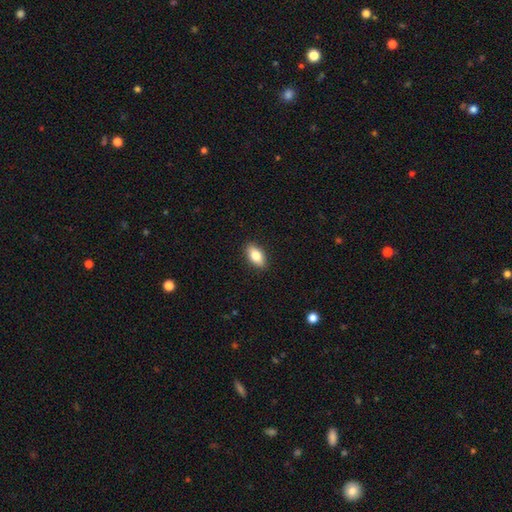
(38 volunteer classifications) Smooth or featured? smooth (82%)
How rounded? in between (94%)
Merging? none (92%)